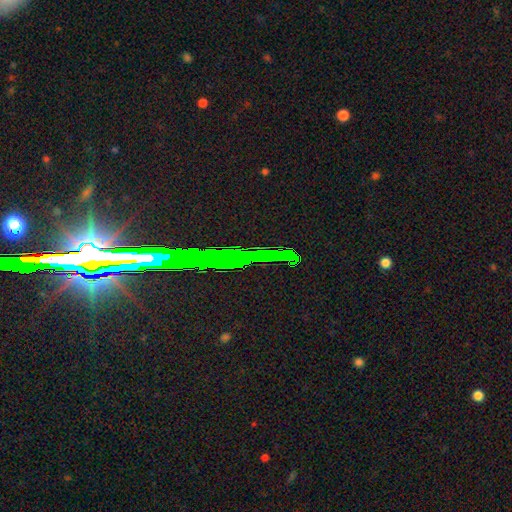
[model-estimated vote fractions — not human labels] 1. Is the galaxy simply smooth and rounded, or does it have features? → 74% star or artifact, 17% featured or disk, 9% smooth.